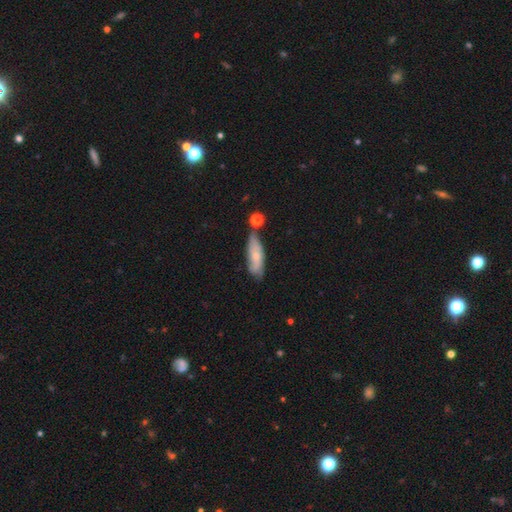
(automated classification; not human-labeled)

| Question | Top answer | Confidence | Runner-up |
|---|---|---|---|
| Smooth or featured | smooth | 60% | featured or disk (32%) |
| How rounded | in between | 57% | cigar-shaped (41%) |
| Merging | none | 54% | minor disturbance (27%) |